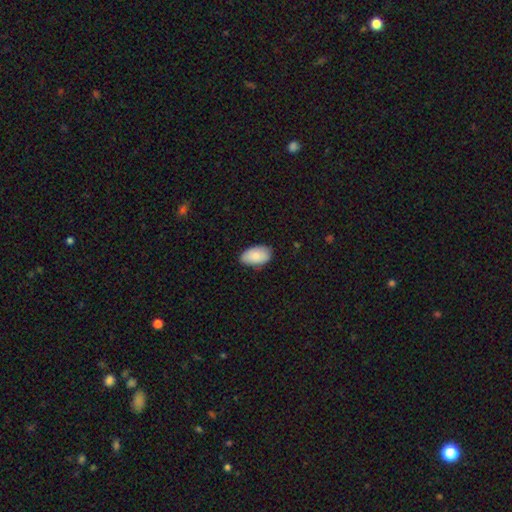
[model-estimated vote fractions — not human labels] smooth-or-featured: smooth: 85% | featured or disk: 9% | star or artifact: 6%
  how-rounded: in between: 95% | round: 4% | cigar-shaped: 1%
  merging: none: 76% | minor disturbance: 20% | major disturbance: 3% | merger: 1%